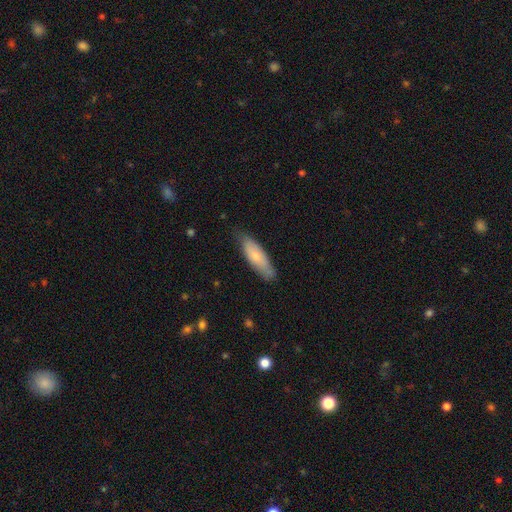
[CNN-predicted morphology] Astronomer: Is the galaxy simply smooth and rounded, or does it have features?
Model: smooth — 70%.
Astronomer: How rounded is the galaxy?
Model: in between — 57% (runner-up: cigar-shaped, 41%).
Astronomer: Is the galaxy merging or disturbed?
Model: none — 74%.